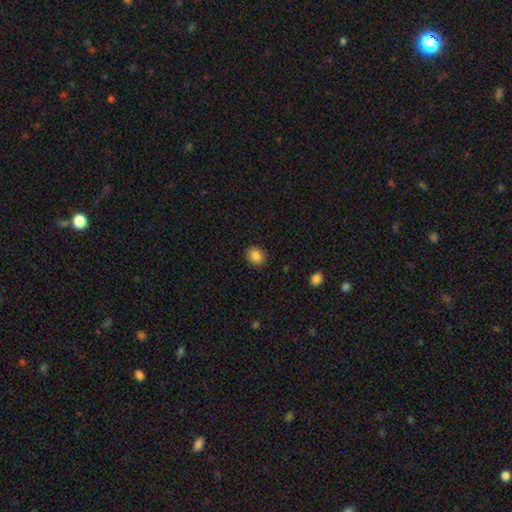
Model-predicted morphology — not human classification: Smooth or featured? smooth (86%)
How rounded? round (61%)
Merging? none (90%)